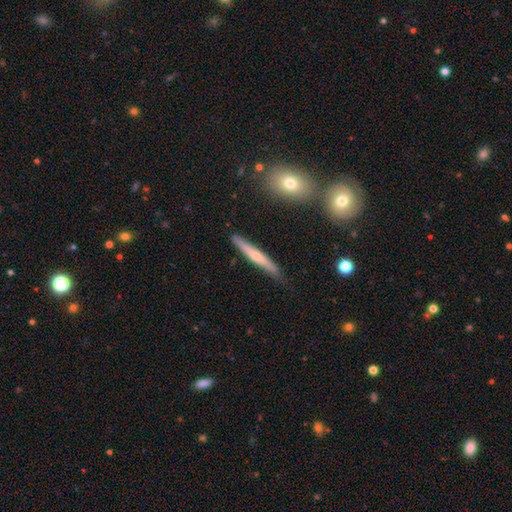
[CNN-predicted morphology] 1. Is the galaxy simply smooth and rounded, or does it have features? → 50% featured or disk, 44% smooth, 6% star or artifact.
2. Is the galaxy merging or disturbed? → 85% none, 11% minor disturbance, 2% merger, 2% major disturbance.